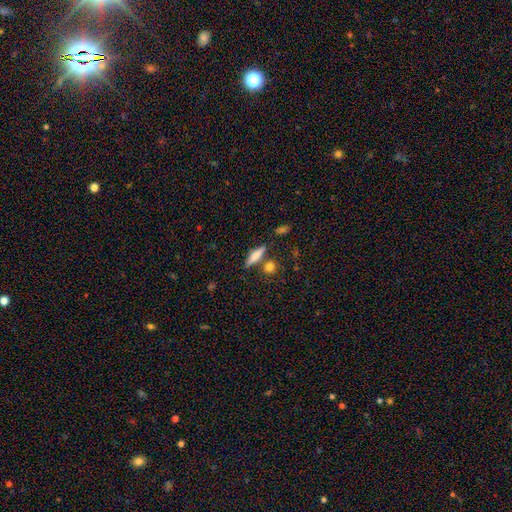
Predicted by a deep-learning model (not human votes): This appears to be a smooth galaxy with no disk features (68%) that is cigar-shaped (73%). Merging: none (76%).